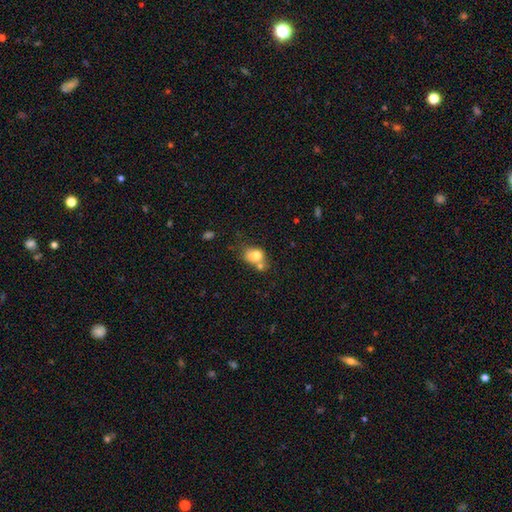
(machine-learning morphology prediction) smooth 77%, featured or disk 13%, star or artifact 10%. Down the decision tree: how rounded — in between (60%); merging — merger (40%).